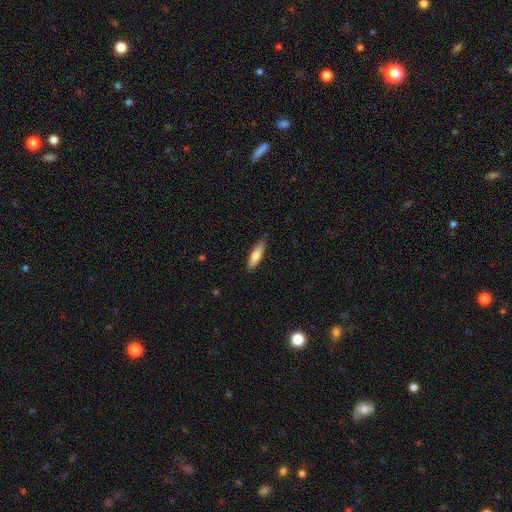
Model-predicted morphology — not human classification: Smooth or featured: smooth — 73% (featured or disk — 21%)
How rounded: cigar-shaped — 71% (in between — 27%)
Merging: none — 85% (minor disturbance — 11%)